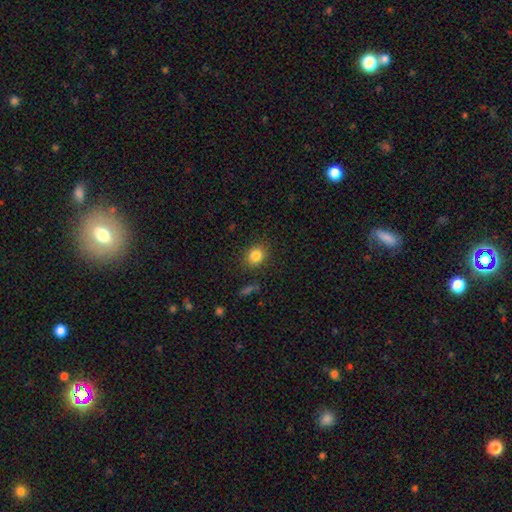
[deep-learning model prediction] Overall: smooth (84%). How rounded: round (72%). Merging: none (87%).